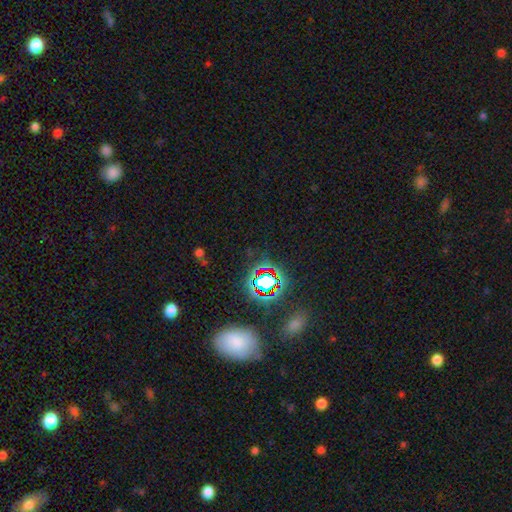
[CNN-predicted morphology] smooth-or-featured: star or artifact: 71% | smooth: 18% | featured or disk: 11%